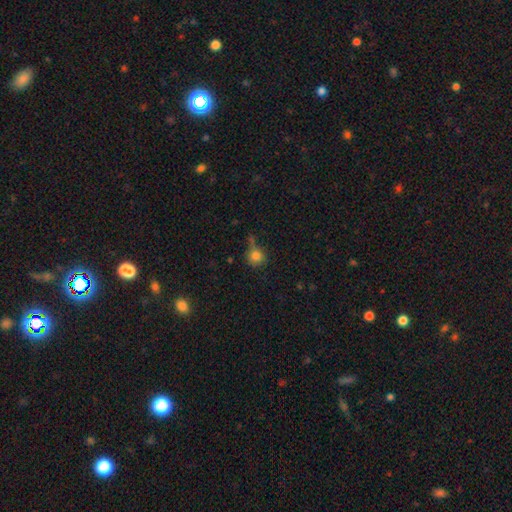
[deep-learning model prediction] Q: Smooth or featured?
A: smooth (81%); runner-up: star or artifact (11%)
Q: How rounded?
A: round (88%); runner-up: in between (11%)
Q: Merging?
A: none (58%); runner-up: minor disturbance (20%)